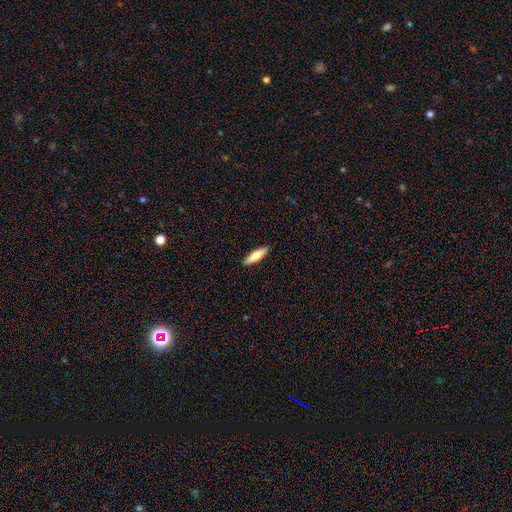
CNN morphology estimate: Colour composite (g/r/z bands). It shows a smooth galaxy with no disk features (65%) that is cigar-shaped (70%). Merging: none (91%).